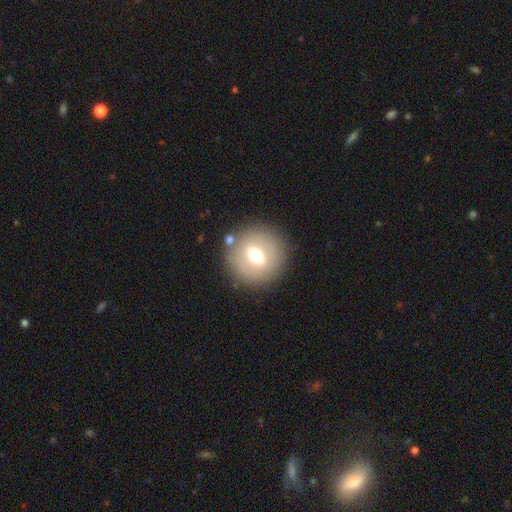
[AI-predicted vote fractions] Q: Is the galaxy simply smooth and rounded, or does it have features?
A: smooth — 56%.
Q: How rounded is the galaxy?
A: round — 89%.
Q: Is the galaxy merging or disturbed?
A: none — 83%.